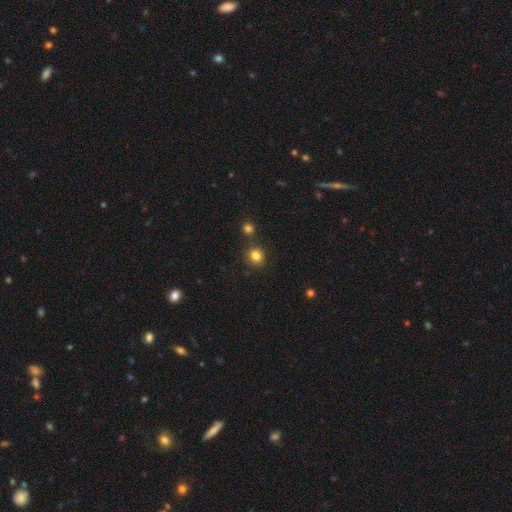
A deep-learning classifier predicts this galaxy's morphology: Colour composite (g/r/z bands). It shows a smooth galaxy with no disk features (82%) that is round (84%). Merging: none (80%).